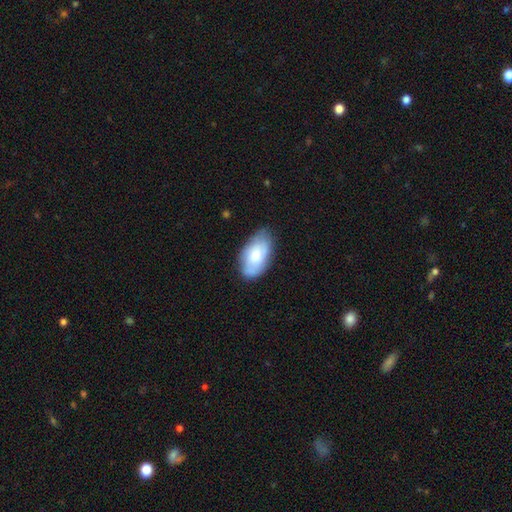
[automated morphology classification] type=smooth (64%); roundness=in between (94%); merging=none (71%).